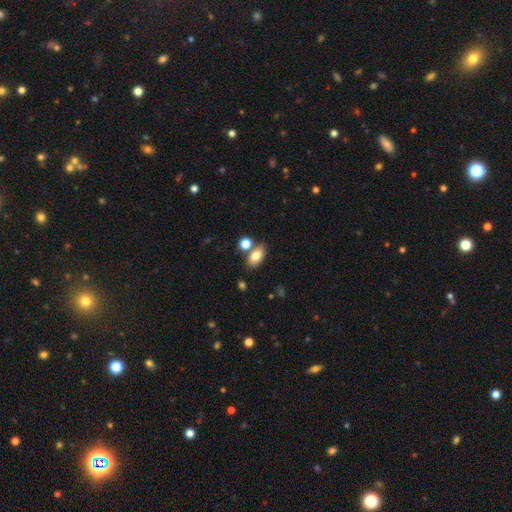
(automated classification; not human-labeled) Smooth or featured? smooth (81%)
How rounded? in between (87%)
Merging? none (67%)